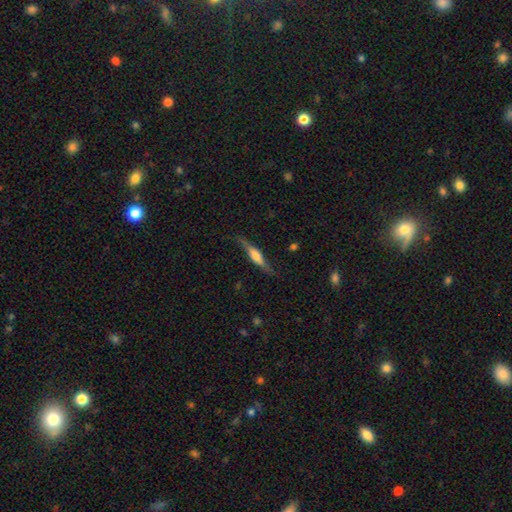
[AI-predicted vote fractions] Morphology: type=featured or disk (57%); edge-on=yes (87%); merging=none (74%).